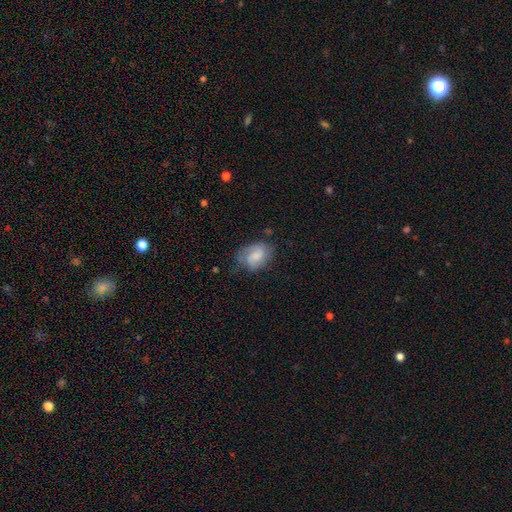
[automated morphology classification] smooth-or-featured: smooth: 59% | featured or disk: 33% | star or artifact: 8%
  how-rounded: in between: 71% | round: 28% | cigar-shaped: 1%
  merging: none: 53% | minor disturbance: 32% | major disturbance: 13% | merger: 2%